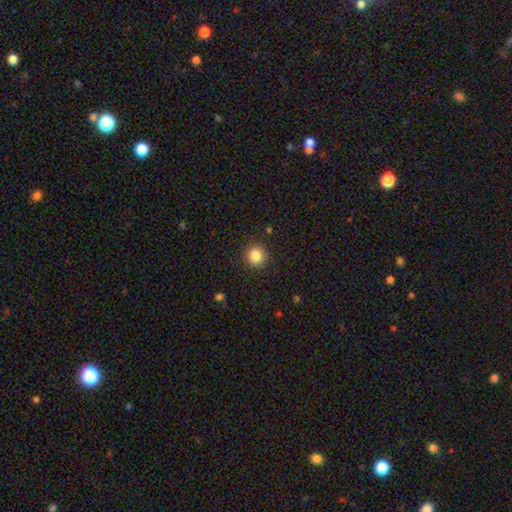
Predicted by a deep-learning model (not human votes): smooth-or-featured: smooth: 85% | star or artifact: 11% | featured or disk: 5%
  how-rounded: round: 93% | in between: 6% | cigar-shaped: 1%
  merging: none: 91% | minor disturbance: 6% | major disturbance: 2% | merger: 1%